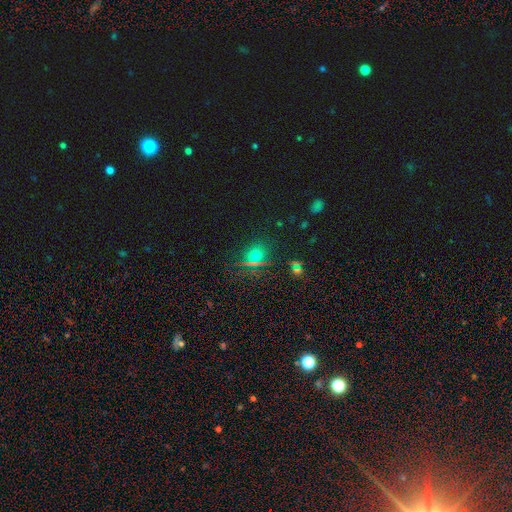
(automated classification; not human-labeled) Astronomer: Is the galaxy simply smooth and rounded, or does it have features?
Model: smooth — 50% (runner-up: star or artifact, 41%).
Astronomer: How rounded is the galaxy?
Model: round — 79%.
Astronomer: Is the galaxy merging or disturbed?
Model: none — 79%.